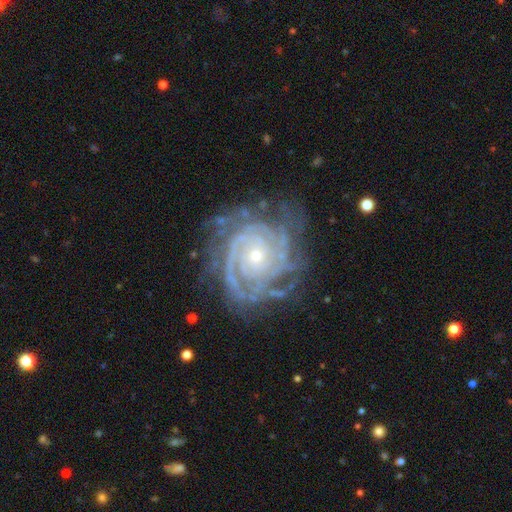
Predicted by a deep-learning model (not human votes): Smooth or featured?
  - featured or disk: 90% *
  - star or artifact: 6%
  - smooth: 4%
Edge-on disk?
  - no: 97% *
  - yes: 3%
Bar?
  - no: 80% *
  - weak: 15%
  - strong: 6%
Spiral arms?
  - yes: 97% *
  - no: 3%
Spiral winding?
  - tight: 81% *
  - medium: 16%
  - loose: 3%
Spiral arm count?
  - can't tell: 27% *
  - 3: 20%
  - 4: 19%
  - 2: 15%
  - more than 4: 12%
  - 1: 7%
Bulge size?
  - small: 70% *
  - moderate: 27%
  - large: 1%
  - none: 1%
  - dominant: 1%
Merging?
  - none: 69% *
  - minor disturbance: 20%
  - major disturbance: 10%
  - merger: 2%